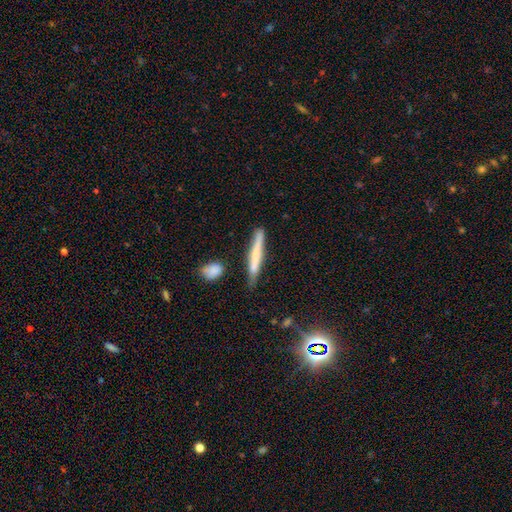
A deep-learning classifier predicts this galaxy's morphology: The model was most divided on "smooth or featured": smooth: 61%, featured or disk: 32%, star or artifact: 7%. More confident: how rounded — cigar-shaped (95%); merging — none (76%).